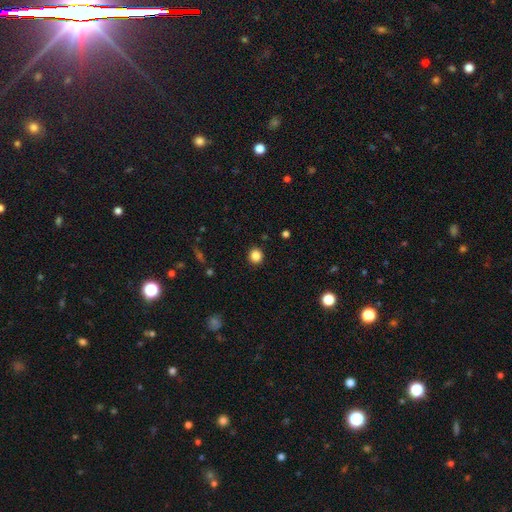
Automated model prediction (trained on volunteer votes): smooth 86%, star or artifact 11%, featured or disk 3%. Down the decision tree: how rounded — round (90%); merging — none (91%).